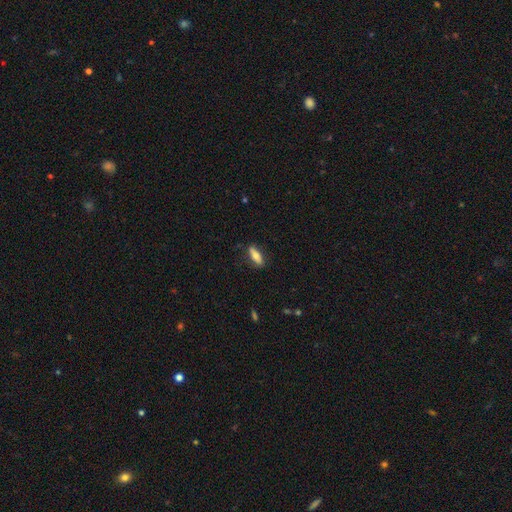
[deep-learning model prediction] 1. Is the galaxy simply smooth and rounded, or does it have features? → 64% smooth, 29% featured or disk, 7% star or artifact.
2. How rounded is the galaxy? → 52% in between, 45% cigar-shaped, 3% round.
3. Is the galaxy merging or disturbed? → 81% none, 15% minor disturbance, 3% major disturbance, 1% merger.